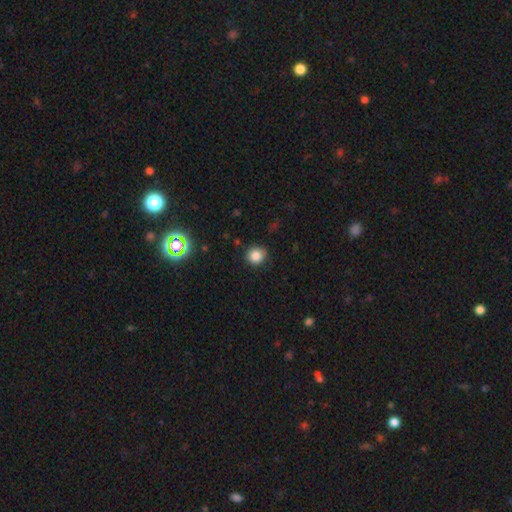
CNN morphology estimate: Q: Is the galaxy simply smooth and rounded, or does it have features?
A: smooth — 85%.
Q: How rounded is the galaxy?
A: round — 90%.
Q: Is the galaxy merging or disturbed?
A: none — 87%.